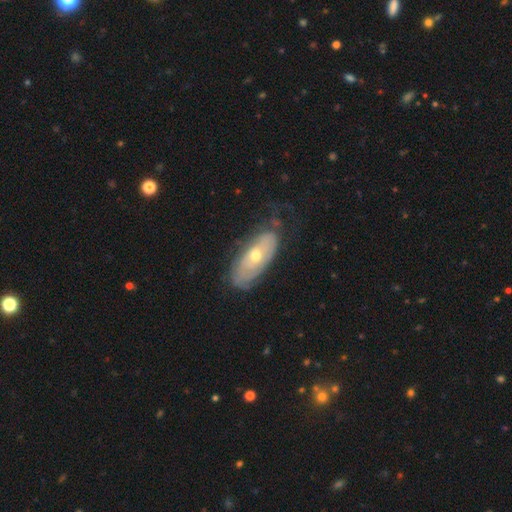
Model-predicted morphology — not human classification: This is likely a featured or disk galaxy (60%). It is clearly not viewed edge-on (84%). Bar: clearly no (82%). Spiral arm pattern: possibly yes (54%). Central bulge: likely moderate (68%). Merging: possibly none (58%).